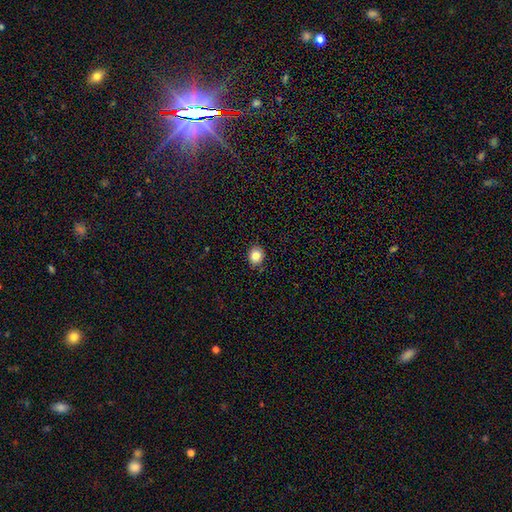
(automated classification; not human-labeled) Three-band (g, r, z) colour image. It shows a smooth galaxy with no disk features (84%) that is round (65%). Merging: none (87%).